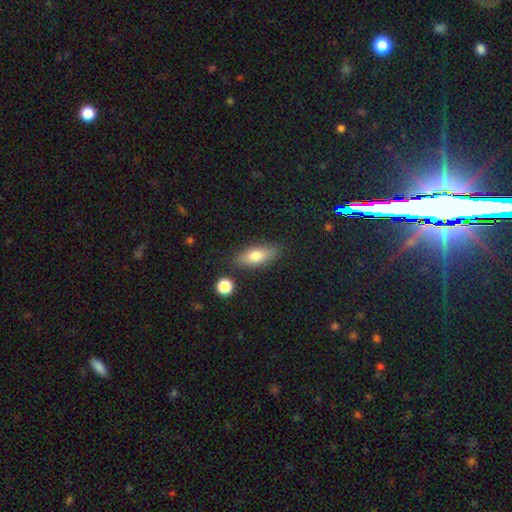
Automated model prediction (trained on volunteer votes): Smooth or featured?
  - smooth: 73% *
  - featured or disk: 19%
  - star or artifact: 8%
How rounded?
  - in between: 73% *
  - cigar-shaped: 23%
  - round: 4%
Merging?
  - none: 83% *
  - minor disturbance: 11%
  - merger: 3%
  - major disturbance: 3%